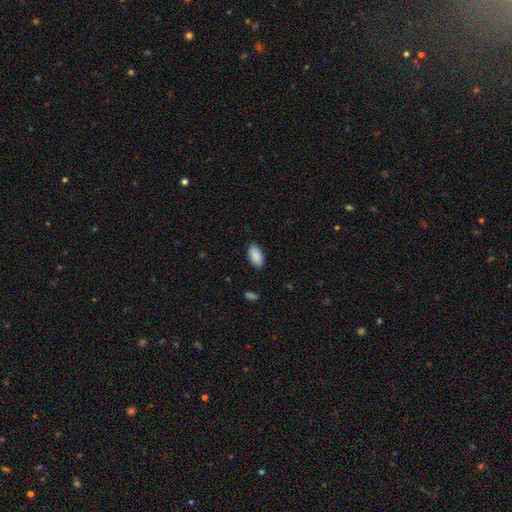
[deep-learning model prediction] smooth 90%, star or artifact 6%, featured or disk 4%. Down the decision tree: how rounded — in between (95%); merging — none (89%).